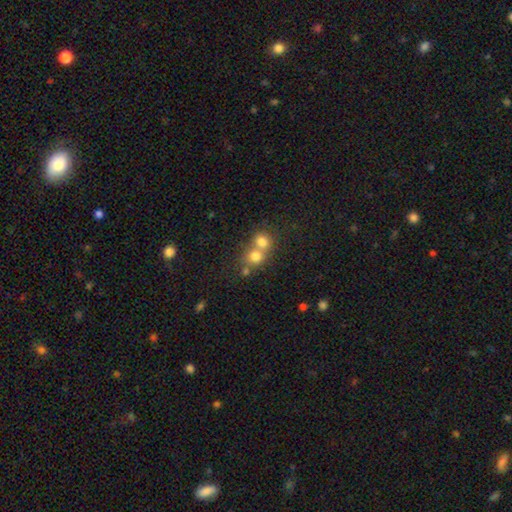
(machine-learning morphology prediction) Smooth or featured?
  - smooth: 74% *
  - featured or disk: 13%
  - star or artifact: 13%
How rounded?
  - round: 80% *
  - in between: 19%
  - cigar-shaped: 1%
Merging?
  - merger: 60% *
  - none: 33%
  - minor disturbance: 5%
  - major disturbance: 3%